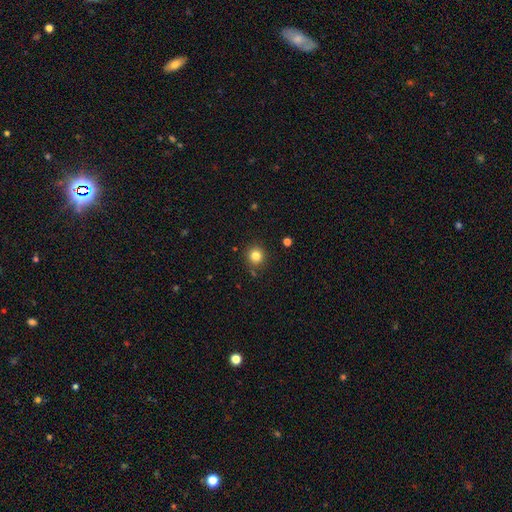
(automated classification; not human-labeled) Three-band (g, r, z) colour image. It shows a smooth galaxy with no disk features (82%) that is round (92%). Merging: none (87%).